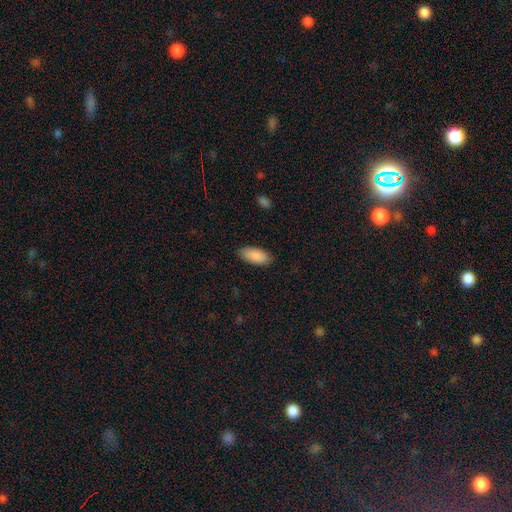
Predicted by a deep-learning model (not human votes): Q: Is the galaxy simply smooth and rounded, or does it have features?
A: smooth — 90%.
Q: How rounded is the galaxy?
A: in between — 89%.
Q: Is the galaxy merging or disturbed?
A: none — 87%.